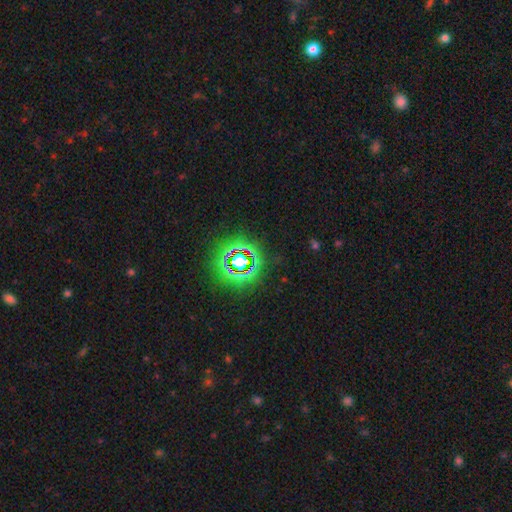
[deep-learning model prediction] A star or artifact, not a galaxy (80%).